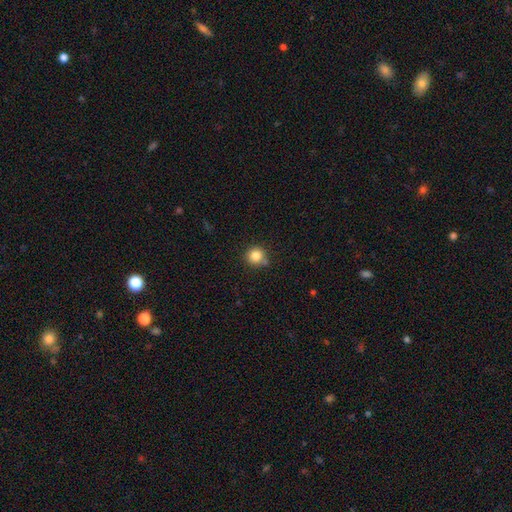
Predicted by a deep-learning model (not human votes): smooth-or-featured: smooth: 84% | star or artifact: 11% | featured or disk: 5%
  how-rounded: round: 93% | in between: 6% | cigar-shaped: 1%
  merging: none: 77% | minor disturbance: 12% | merger: 8% | major disturbance: 3%